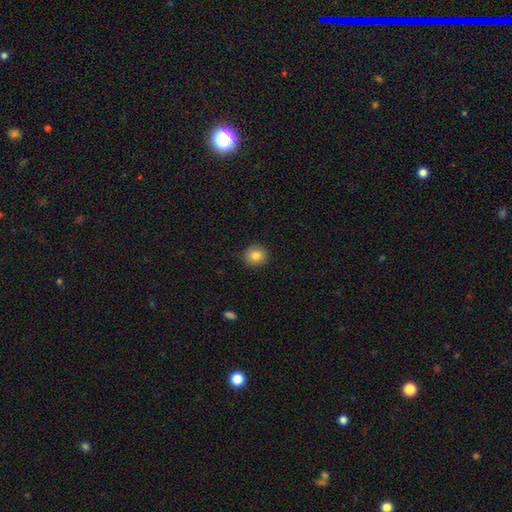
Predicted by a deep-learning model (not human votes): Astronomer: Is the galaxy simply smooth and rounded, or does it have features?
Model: smooth — 83%.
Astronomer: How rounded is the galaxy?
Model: round — 89%.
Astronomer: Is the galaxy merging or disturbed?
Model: none — 88%.